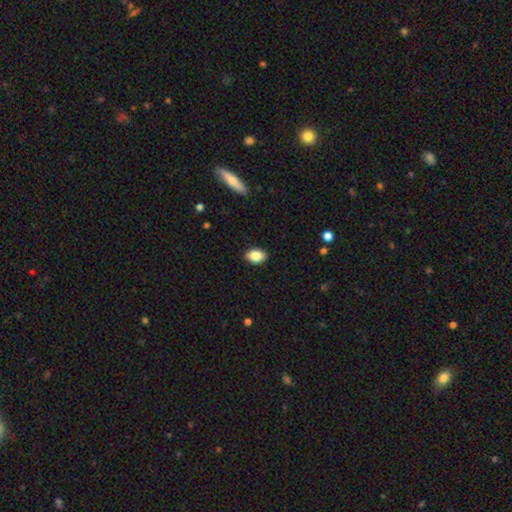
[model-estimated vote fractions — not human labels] smooth-or-featured: smooth: 86% | star or artifact: 8% | featured or disk: 7%
  how-rounded: in between: 86% | round: 12% | cigar-shaped: 1%
  merging: none: 89% | minor disturbance: 8% | major disturbance: 2% | merger: 1%